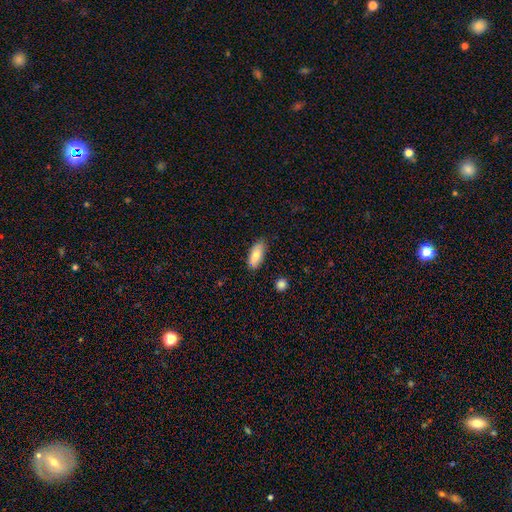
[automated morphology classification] Overall: smooth (82%). How rounded: in between (83%). Merging: none (82%).